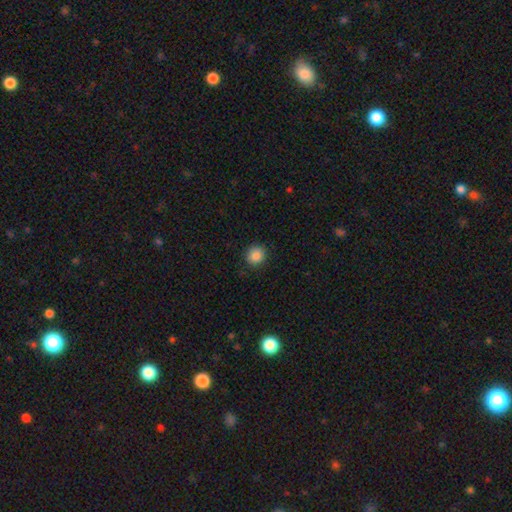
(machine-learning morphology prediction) Smooth or featured? smooth (87%)
How rounded? round (85%)
Merging? none (89%)